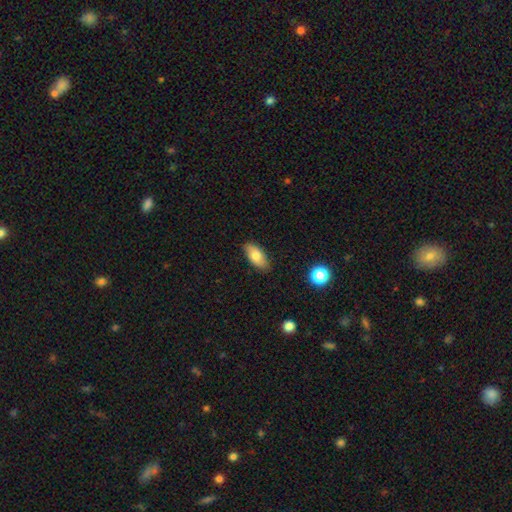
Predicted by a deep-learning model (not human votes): smooth-or-featured: smooth: 80% | featured or disk: 13% | star or artifact: 7%
  how-rounded: in between: 89% | cigar-shaped: 8% | round: 3%
  merging: none: 85% | minor disturbance: 11% | major disturbance: 2% | merger: 1%